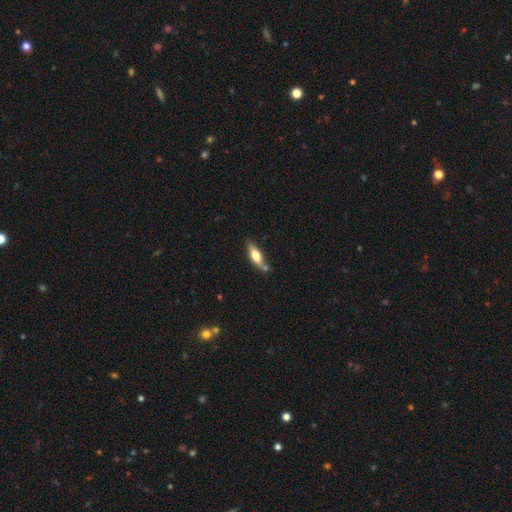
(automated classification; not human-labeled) Q: Smooth or featured?
A: smooth (62%); runner-up: featured or disk (31%)
Q: How rounded?
A: in between (51%); runner-up: cigar-shaped (46%)
Q: Merging?
A: none (61%); runner-up: minor disturbance (21%)